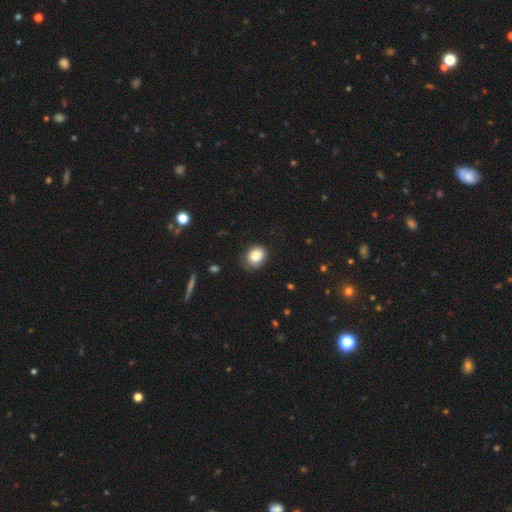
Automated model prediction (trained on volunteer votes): smooth_or_featured: smooth (p=0.83) [alt: star or artifact p=0.09]
how_rounded: round (p=0.55) [alt: in between p=0.44]
merging: none (p=0.72) [alt: minor disturbance p=0.22]